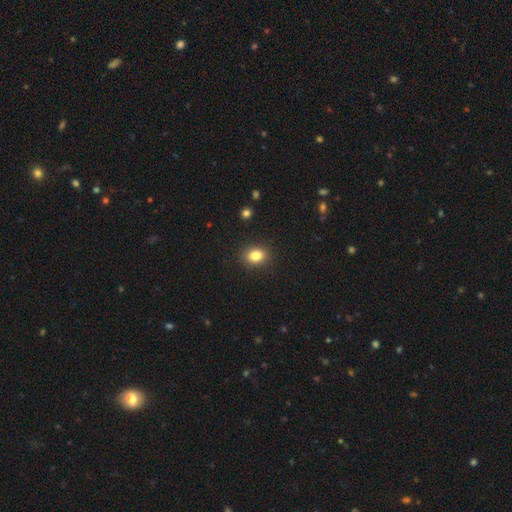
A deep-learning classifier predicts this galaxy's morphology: The model was most divided on "how rounded": in between: 55%, round: 44%, cigar-shaped: 1%. More confident: merging — none (89%); smooth or featured — smooth (84%).